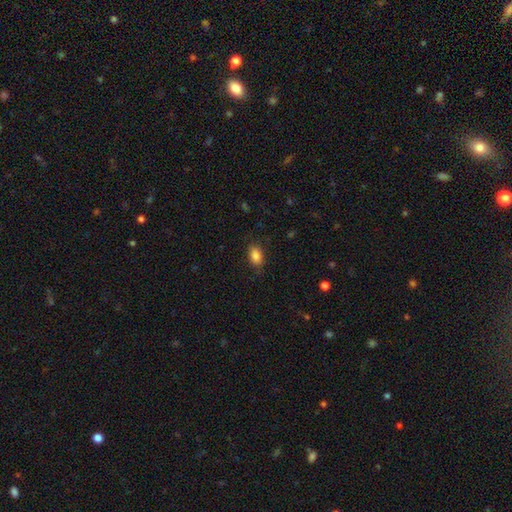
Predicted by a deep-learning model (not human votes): This is clearly a smooth galaxy (86%). How rounded: clearly in between (87%). Merging: clearly none (84%).